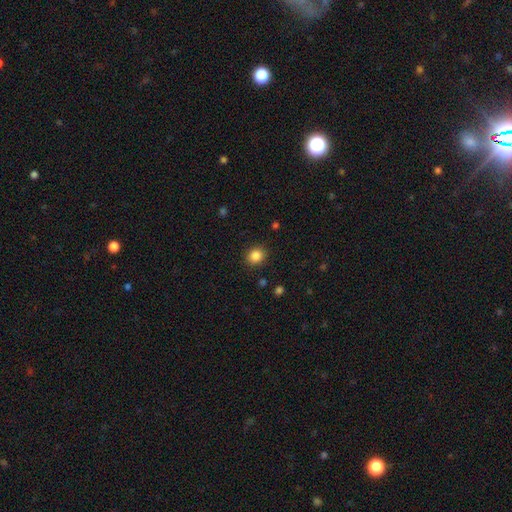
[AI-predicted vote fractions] A smooth galaxy with no disk features (85%) that is round (81%).

Vote fractions:
- Smooth or featured? smooth: 85% / star or artifact: 11% / featured or disk: 4%
- How rounded? round: 81% / in between: 18% / cigar-shaped: 1%
- Merging? none: 90% / minor disturbance: 7% / major disturbance: 2% / merger: 1%